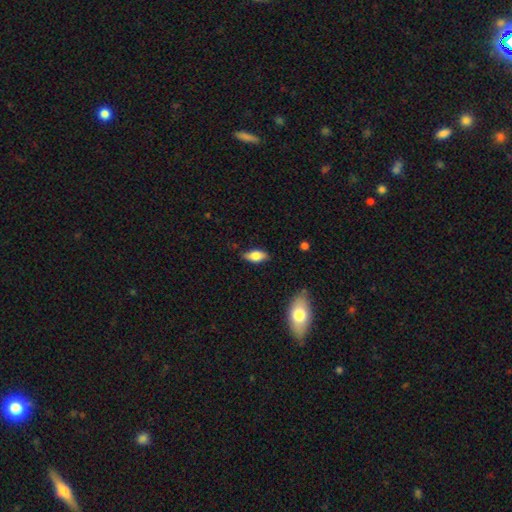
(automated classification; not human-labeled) This appears to be a smooth galaxy with no disk features (73%) that is in between round and cigar-shaped (85%). Merging: none (79%).